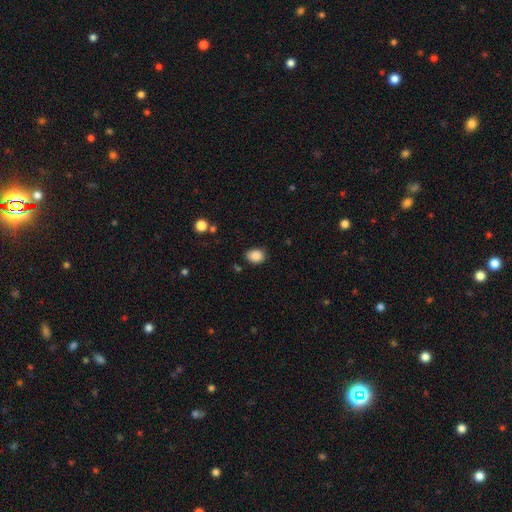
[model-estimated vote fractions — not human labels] smooth_or_featured: smooth (p=0.88) [alt: star or artifact p=0.09]
how_rounded: in between (p=0.58) [alt: round p=0.42]
merging: none (p=0.80) [alt: minor disturbance p=0.15]